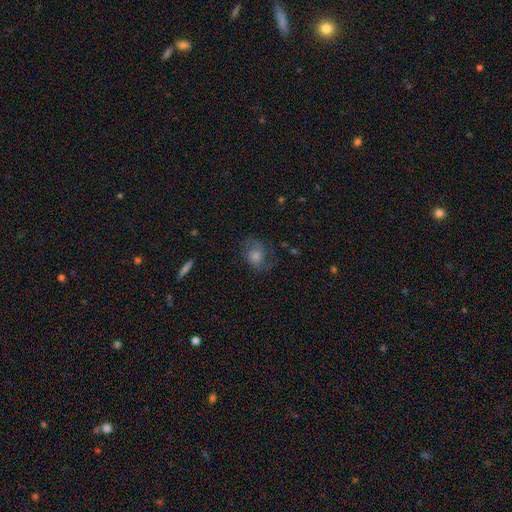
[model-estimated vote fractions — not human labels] This appears to be a featured or disk galaxy (54%) with no bar (72%), spiral arms (87%) and a moderate central bulge (50%). Merging: none (68%).